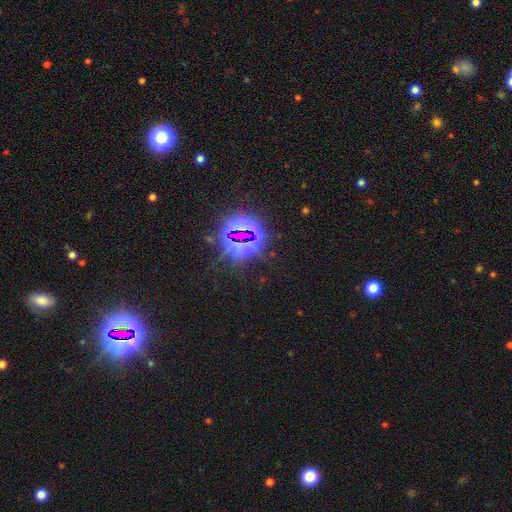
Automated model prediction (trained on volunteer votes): Morphology: type=star or artifact (82%).